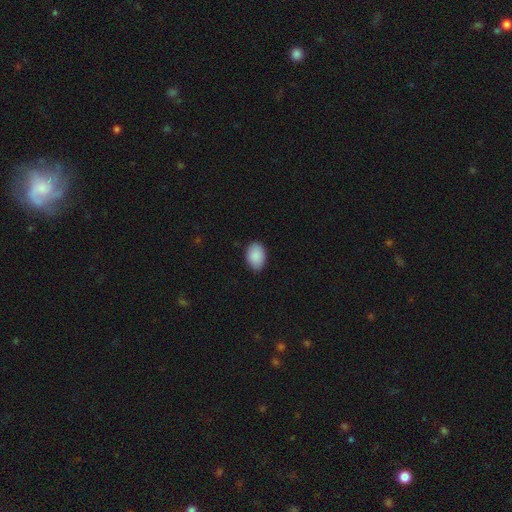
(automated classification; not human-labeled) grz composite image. It shows a smooth galaxy with no disk features (90%) that is in between round and cigar-shaped (86%). Merging: none (87%).